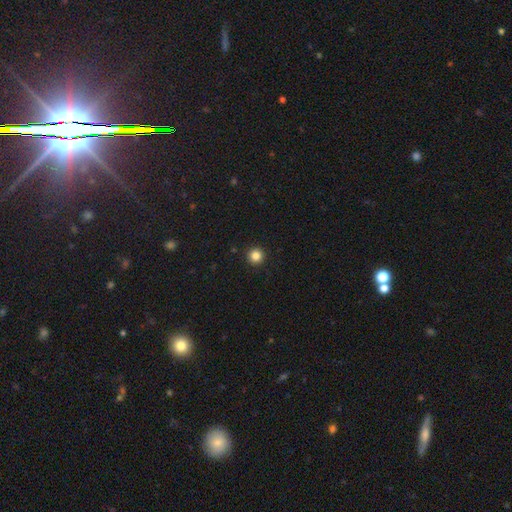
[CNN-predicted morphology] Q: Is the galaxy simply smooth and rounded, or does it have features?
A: smooth — 84%.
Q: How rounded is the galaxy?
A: round — 96%.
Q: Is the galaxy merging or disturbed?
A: none — 94%.